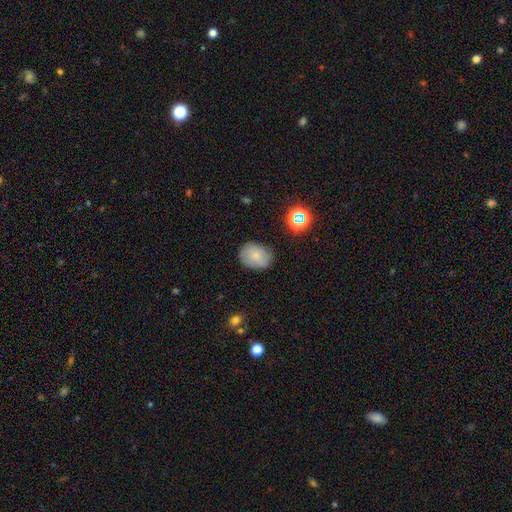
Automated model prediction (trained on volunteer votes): Smooth or featured? smooth (72%)
How rounded? in between (54%)
Merging? none (74%)